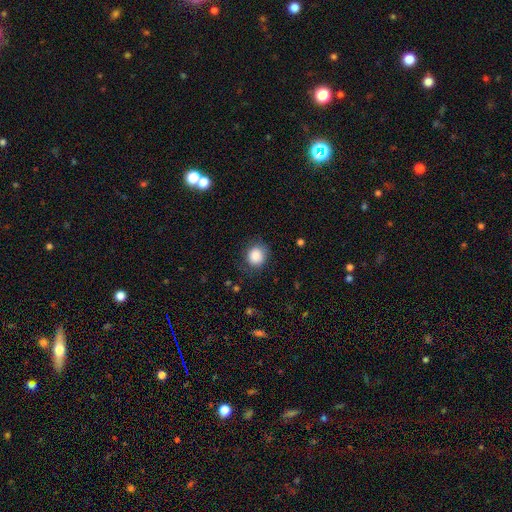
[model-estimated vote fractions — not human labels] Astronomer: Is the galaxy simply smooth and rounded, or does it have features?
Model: smooth — 87%.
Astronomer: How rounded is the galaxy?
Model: round — 79%.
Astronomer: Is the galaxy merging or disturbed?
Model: none — 77%.